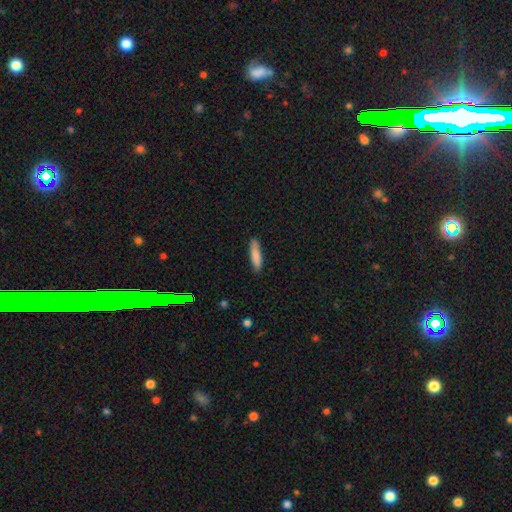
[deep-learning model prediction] Smooth or featured?
  - smooth: 84% *
  - featured or disk: 10%
  - star or artifact: 6%
How rounded?
  - cigar-shaped: 81% *
  - in between: 18%
  - round: 1%
Merging?
  - none: 87% *
  - minor disturbance: 10%
  - major disturbance: 2%
  - merger: 1%